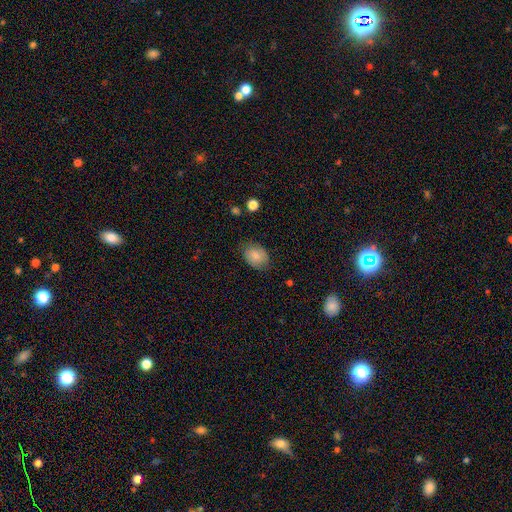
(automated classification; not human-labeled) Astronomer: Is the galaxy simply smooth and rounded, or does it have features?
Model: smooth — 81%.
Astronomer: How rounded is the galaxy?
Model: in between — 63%.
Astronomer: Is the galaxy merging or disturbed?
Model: none — 72%.